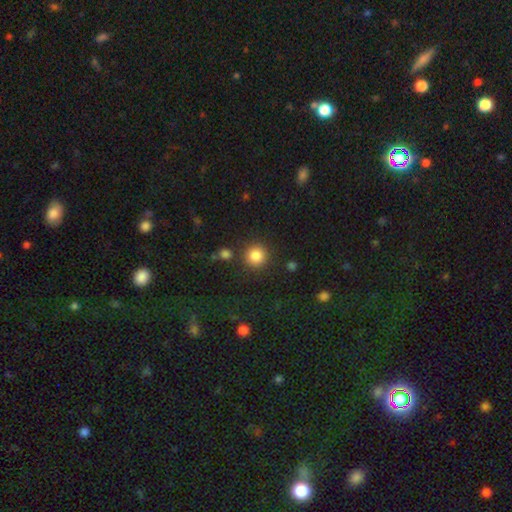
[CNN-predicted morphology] This appears to be a smooth galaxy with no disk features (85%) that is round (93%). Merging: none (87%).